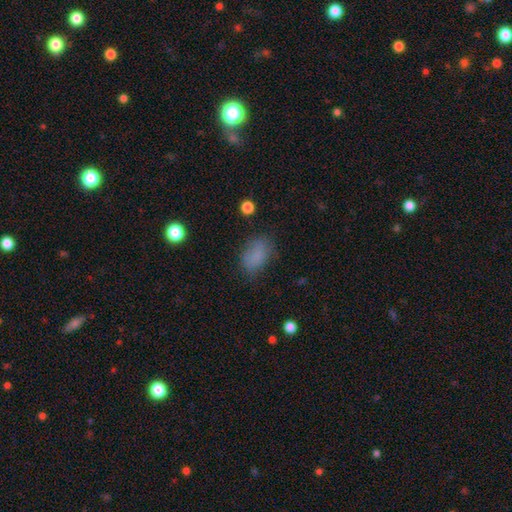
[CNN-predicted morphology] smooth_or_featured: smooth (p=0.81) [alt: star or artifact p=0.12]
how_rounded: in between (p=0.86) [alt: round p=0.12]
merging: none (p=0.69) [alt: minor disturbance p=0.21]